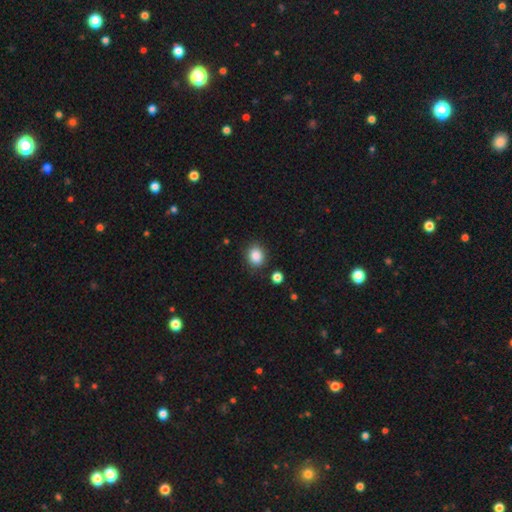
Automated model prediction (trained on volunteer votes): Overall: smooth (87%). How rounded: round (63%; in between 36%). Merging: none (84%).